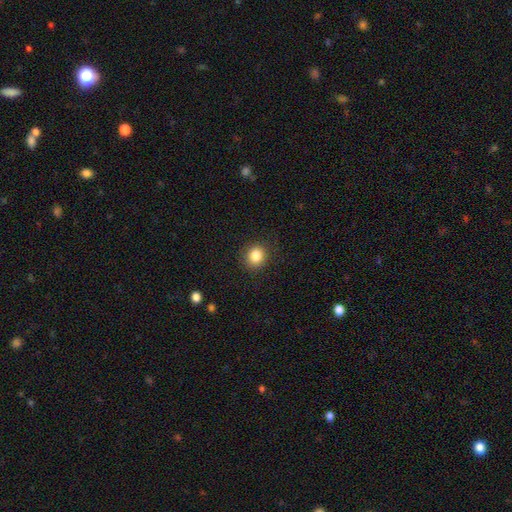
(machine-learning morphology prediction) The model was most divided on "how rounded": round: 84%, in between: 15%, cigar-shaped: 1%. More confident: merging — none (90%); smooth or featured — smooth (84%).